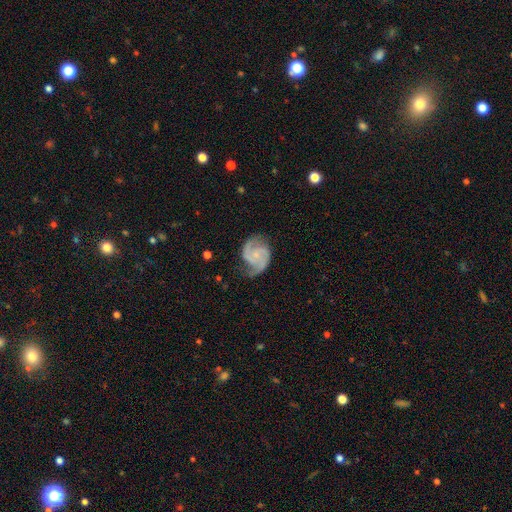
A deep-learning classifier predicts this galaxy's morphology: Q: Smooth or featured?
A: featured or disk (89%); runner-up: smooth (6%)
Q: Edge-on disk?
A: no (98%); runner-up: yes (2%)
Q: Bar?
A: no (66%); runner-up: weak (29%)
Q: Spiral arms?
A: yes (98%); runner-up: no (2%)
Q: Spiral winding?
A: medium (54%); runner-up: tight (33%)
Q: Spiral arm count?
A: 2 (84%); runner-up: 3 (8%)
Q: Bulge size?
A: small (67%); runner-up: moderate (17%)
Q: Merging?
A: none (71%); runner-up: minor disturbance (20%)